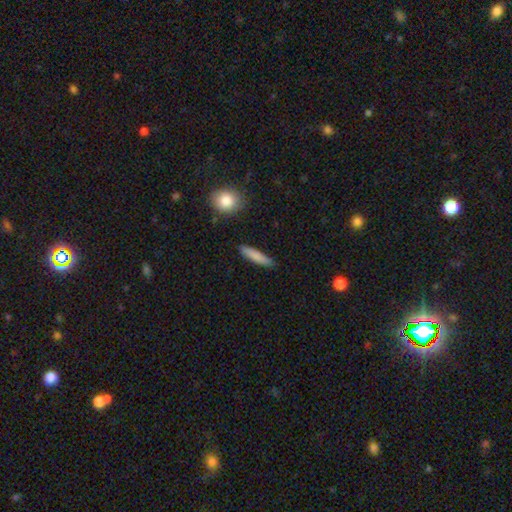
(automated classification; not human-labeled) Q: Smooth or featured?
A: smooth (83%); runner-up: featured or disk (11%)
Q: How rounded?
A: cigar-shaped (84%); runner-up: in between (14%)
Q: Merging?
A: none (87%); runner-up: minor disturbance (10%)